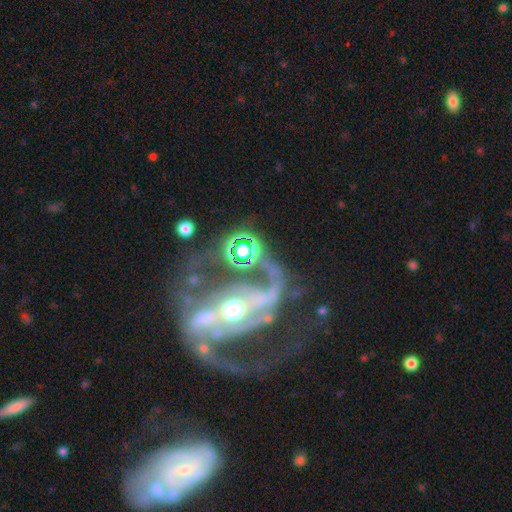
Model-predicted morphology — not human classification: smooth-or-featured: featured or disk: 90% | star or artifact: 6% | smooth: 4%
  disk-edge-on: no: 95% | yes: 5%
    bar: strong: 72% | weak: 16% | no: 12%
    has-spiral-arms: yes: 93% | no: 7%
      spiral-winding: medium: 51% | loose: 27% | tight: 22%
      spiral-arm-count: 2: 89% | can't tell: 3% | 1: 3% | 3: 2% | 4: 1% | more than 4: 1%
    bulge-size: moderate: 50% | small: 43% | large: 4% | dominant: 1% | none: 1%
  merging: none: 47% | major disturbance: 23% | minor disturbance: 15% | merger: 15%